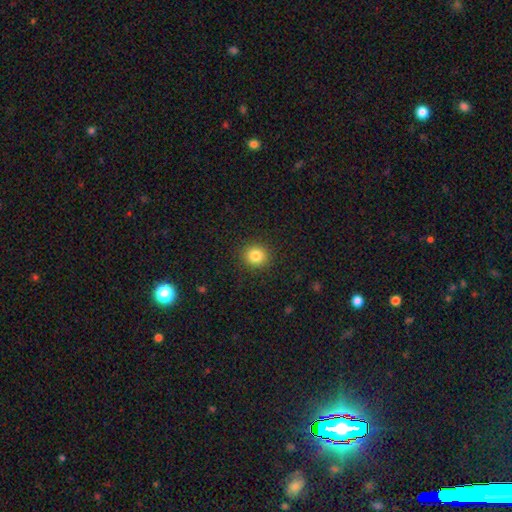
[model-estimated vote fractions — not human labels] smooth_or_featured: smooth (p=0.83) [alt: star or artifact p=0.11]
how_rounded: round (p=0.86) [alt: in between p=0.13]
merging: none (p=0.91) [alt: minor disturbance p=0.06]